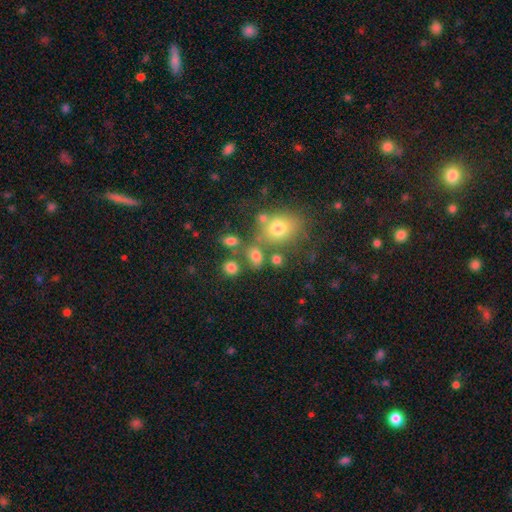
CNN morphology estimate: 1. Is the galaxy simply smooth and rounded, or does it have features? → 72% smooth, 16% star or artifact, 12% featured or disk.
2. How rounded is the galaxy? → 59% in between, 38% round, 2% cigar-shaped.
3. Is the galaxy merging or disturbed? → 56% none, 22% merger, 13% minor disturbance, 8% major disturbance.